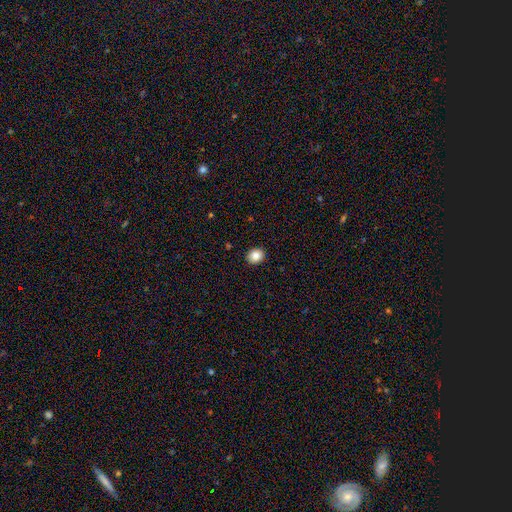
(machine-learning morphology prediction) A smooth galaxy with no disk features (86%) that is round (64%). Merging: none (91%).